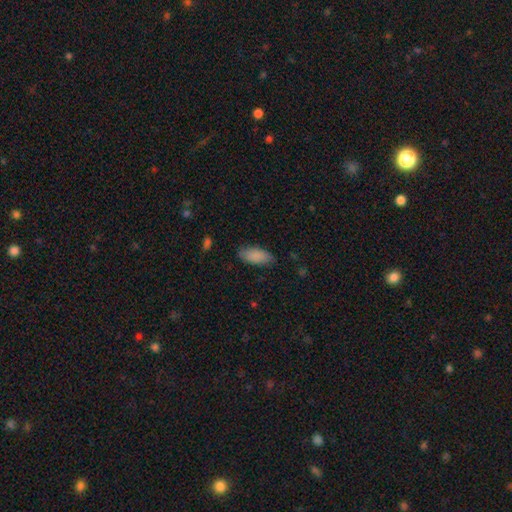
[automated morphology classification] smooth_or_featured: smooth (p=0.88) [alt: star or artifact p=0.06]
how_rounded: in between (p=0.89) [alt: cigar-shaped p=0.09]
merging: none (p=0.79) [alt: minor disturbance p=0.16]